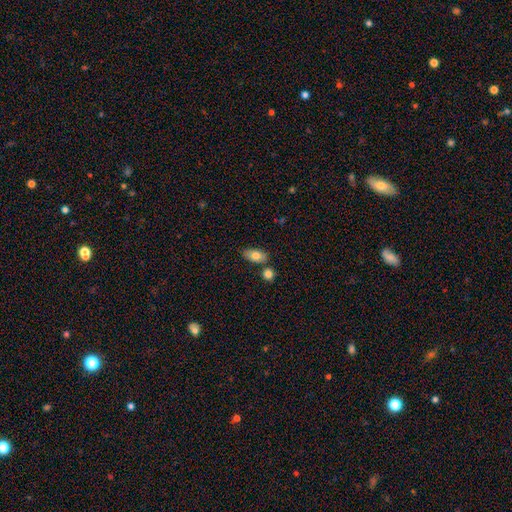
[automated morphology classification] Smooth or featured? smooth (79%)
How rounded? in between (90%)
Merging? none (71%)